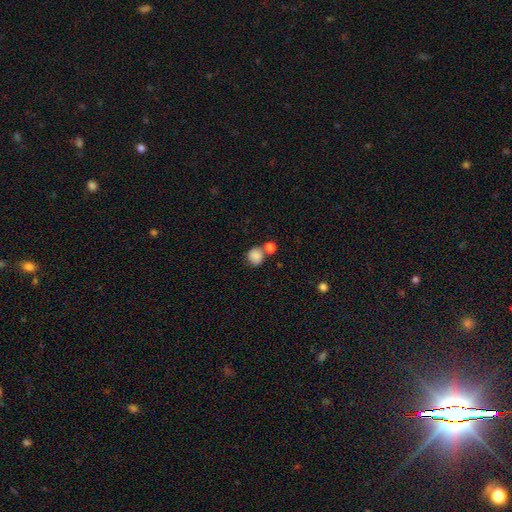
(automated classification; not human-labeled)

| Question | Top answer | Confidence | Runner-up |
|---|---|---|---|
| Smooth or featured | smooth | 84% | star or artifact (9%) |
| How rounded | round | 83% | in between (16%) |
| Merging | none | 57% | merger (27%) |